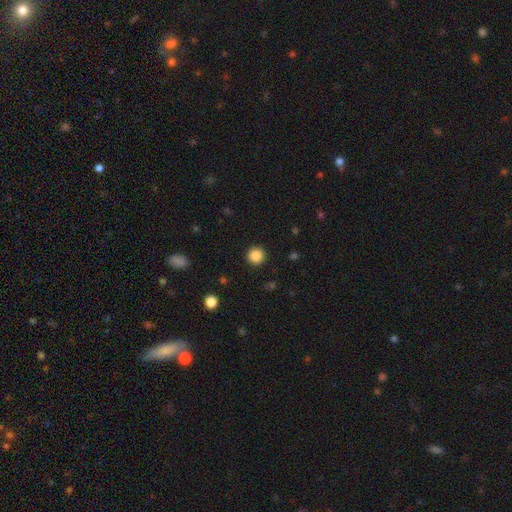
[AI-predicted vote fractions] smooth 86%, star or artifact 11%, featured or disk 3%. Down the decision tree: how rounded — round (95%); merging — none (92%).